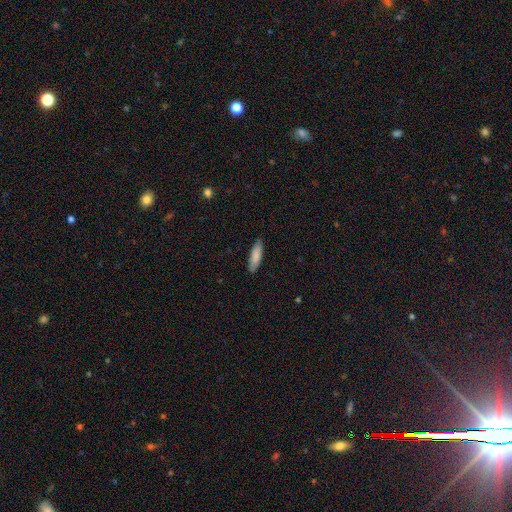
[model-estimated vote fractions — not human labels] Smooth or featured: smooth — 84% (featured or disk — 11%)
How rounded: cigar-shaped — 58% (in between — 40%)
Merging: none — 86% (minor disturbance — 11%)